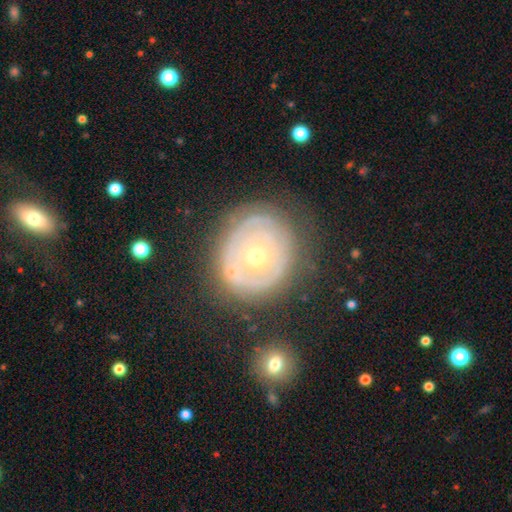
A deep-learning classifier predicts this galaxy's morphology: The model was most divided on "bulge size": moderate: 48%, small: 47%, large: 2%, none: 1%, dominant: 1%. More confident: edge-on disk — no (96%); bar — no (90%); merging — none (68%); smooth or featured — featured or disk (68%); spiral arms — no (54%).